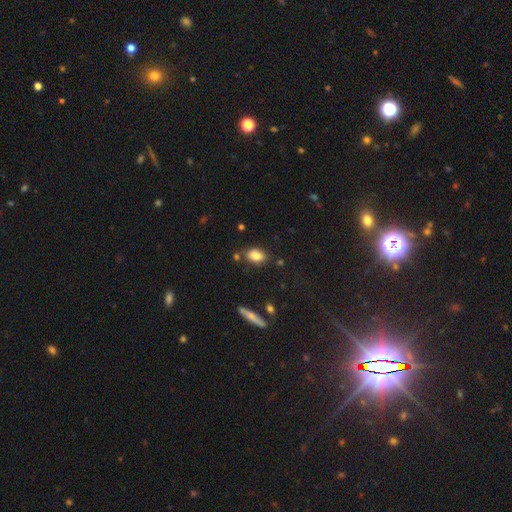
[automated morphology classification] A smooth galaxy with no disk features (84%) that is in between round and cigar-shaped (87%). Merging: none (75%).